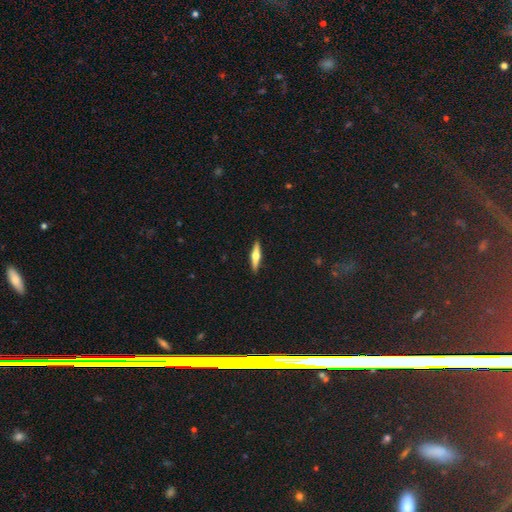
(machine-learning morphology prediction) This is possibly a featured or disk galaxy (55%). It is clearly viewed edge-on (96%). Edge-on bulge: clearly rounded (92%). Merging: clearly none (91%).